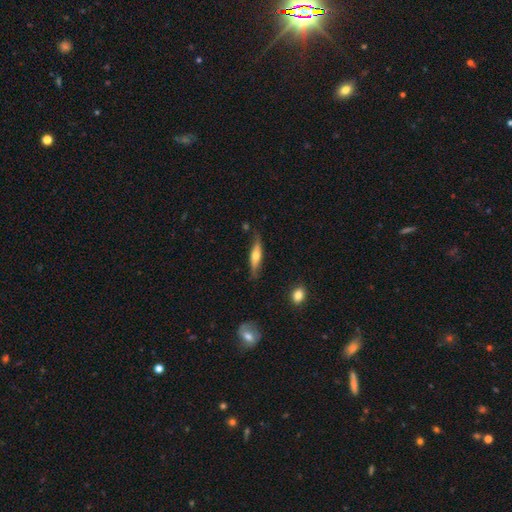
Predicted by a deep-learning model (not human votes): A featured or disk galaxy (50%) viewed edge-on (87%).

Vote fractions:
- Smooth or featured? featured or disk: 50% / smooth: 44% / star or artifact: 6%
- Edge-on disk? yes: 87% / no: 13%
- Merging? none: 76% / minor disturbance: 19% / major disturbance: 4% / merger: 2%